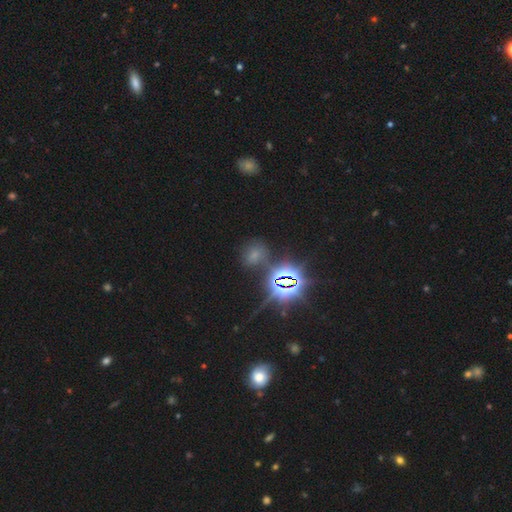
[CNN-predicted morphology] Smooth or featured? star or artifact (55%)